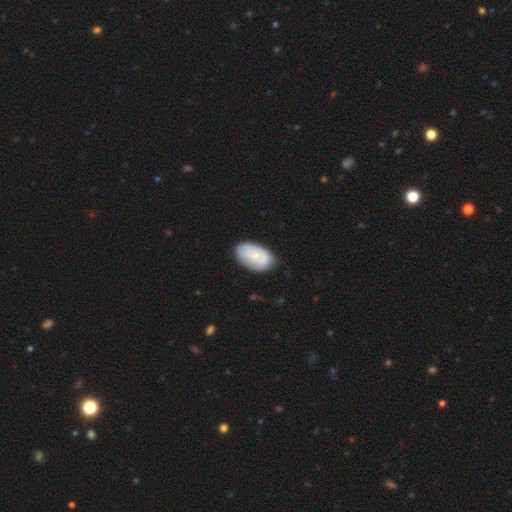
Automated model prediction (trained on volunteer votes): Smooth or featured? smooth (62%)
How rounded? in between (92%)
Merging? none (73%)